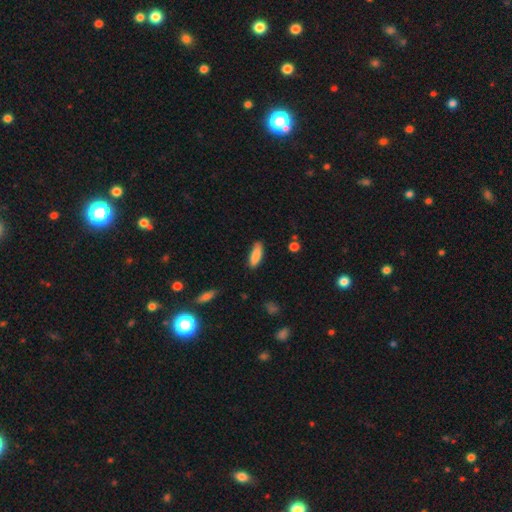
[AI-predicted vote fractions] Smooth or featured? smooth (85%)
How rounded? in between (62%)
Merging? none (80%)